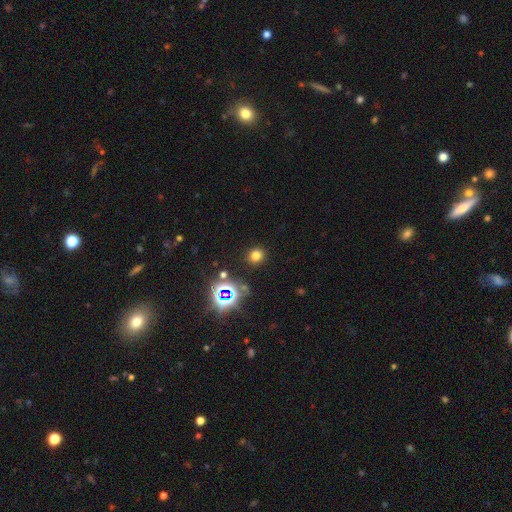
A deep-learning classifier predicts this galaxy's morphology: Smooth or featured? Predicted: smooth (p=0.68). How rounded? Predicted: round (p=0.84). Merging? Predicted: none (p=0.88).